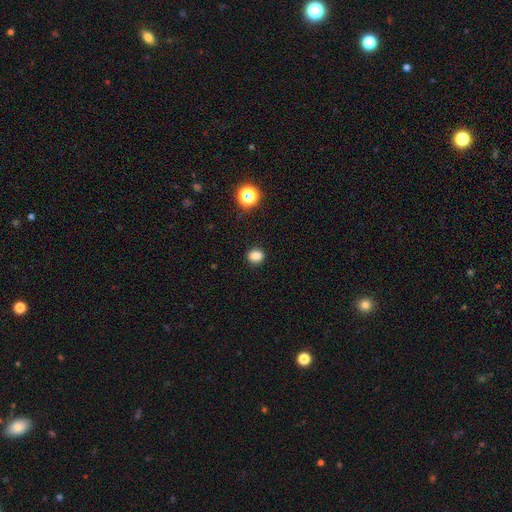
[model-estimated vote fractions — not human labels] A smooth galaxy with no disk features (83%) that is round (57%). Merging: none (87%).